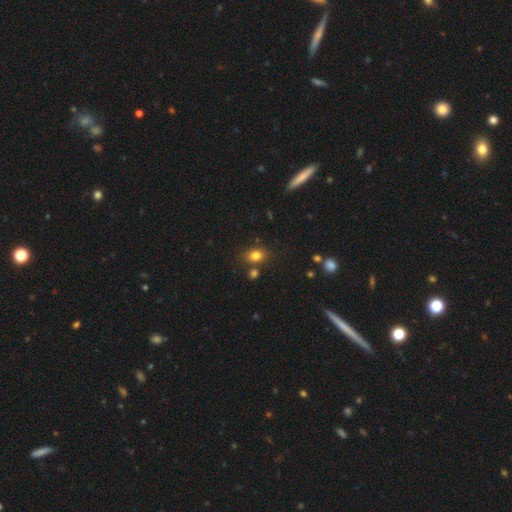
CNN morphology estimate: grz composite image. It shows a smooth galaxy with no disk features (80%) that is in between round and cigar-shaped (59%). Merging: none (75%).